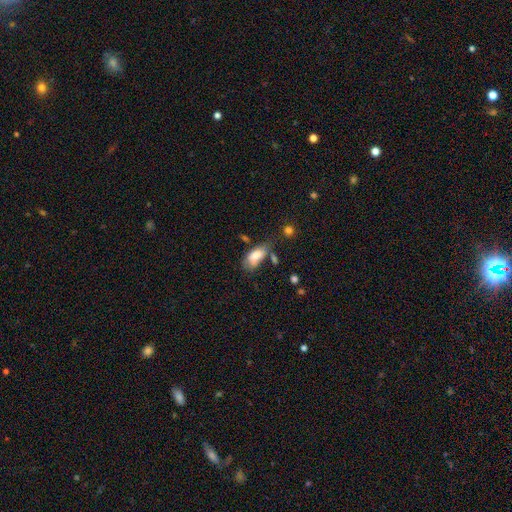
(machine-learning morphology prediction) A smooth galaxy with no disk features (78%) that is in between round and cigar-shaped (88%). Merging: none (36%).